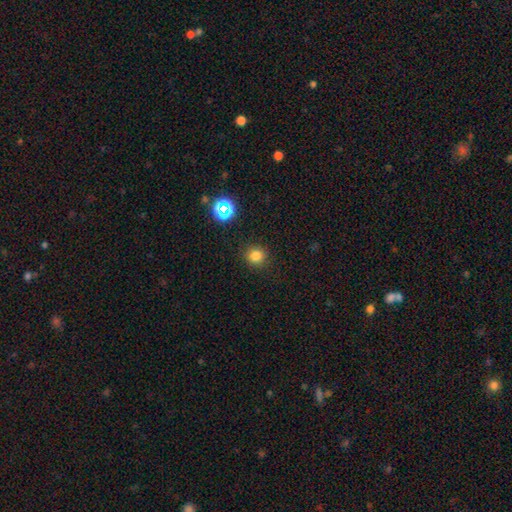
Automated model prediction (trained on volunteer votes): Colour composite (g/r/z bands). It shows a smooth galaxy with no disk features (80%) that is round (91%). Merging: none (89%).